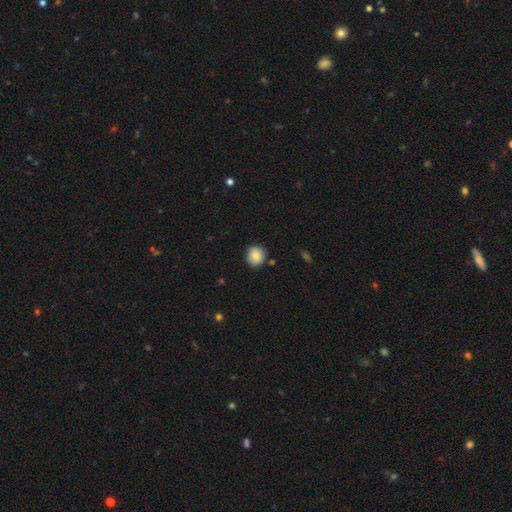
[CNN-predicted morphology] smooth 85%, star or artifact 8%, featured or disk 7%. Down the decision tree: how rounded — round (84%); merging — none (83%).